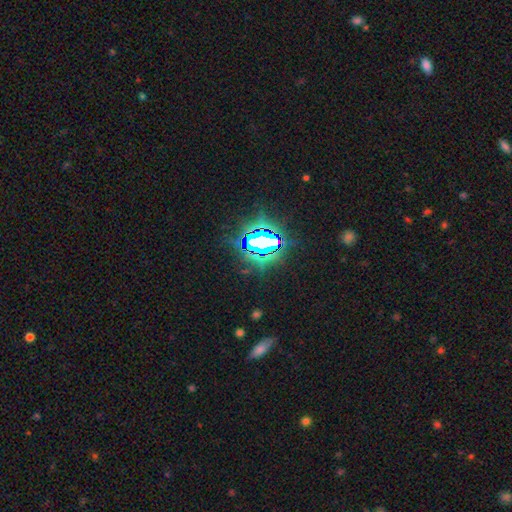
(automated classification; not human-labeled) This is clearly a star or artifact rather than a galaxy (81%).